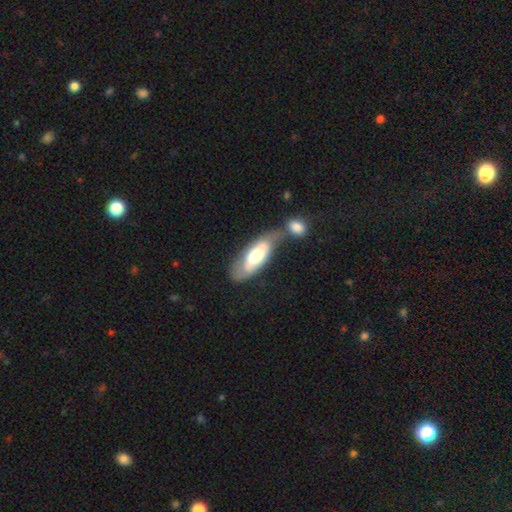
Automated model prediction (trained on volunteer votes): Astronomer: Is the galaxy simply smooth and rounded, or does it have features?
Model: smooth — 56% (runner-up: featured or disk, 38%).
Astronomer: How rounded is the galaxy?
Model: in between — 73%.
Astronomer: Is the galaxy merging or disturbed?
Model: merger — 40% (runner-up: none, 30%).